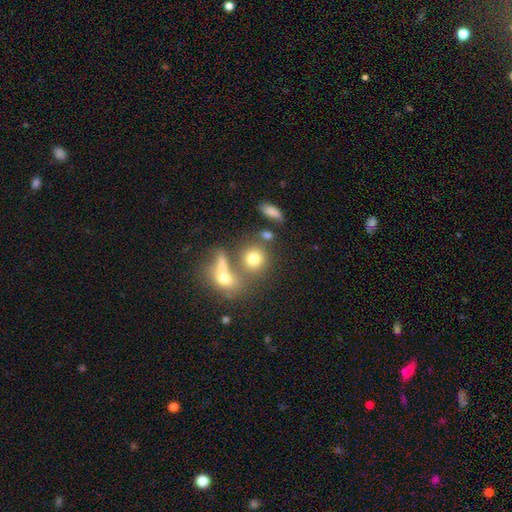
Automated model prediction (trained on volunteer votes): A smooth galaxy with no disk features (74%) that is round (78%).

Vote fractions:
- Smooth or featured? smooth: 74% / featured or disk: 14% / star or artifact: 13%
- How rounded? round: 78% / in between: 20% / cigar-shaped: 3%
- Merging? none: 52% / merger: 32% / minor disturbance: 10% / major disturbance: 6%